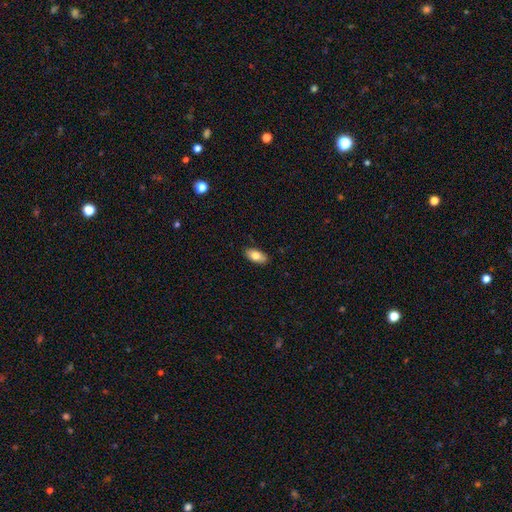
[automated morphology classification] A smooth galaxy with no disk features (79%) that is in between round and cigar-shaped (92%). Merging: none (88%).